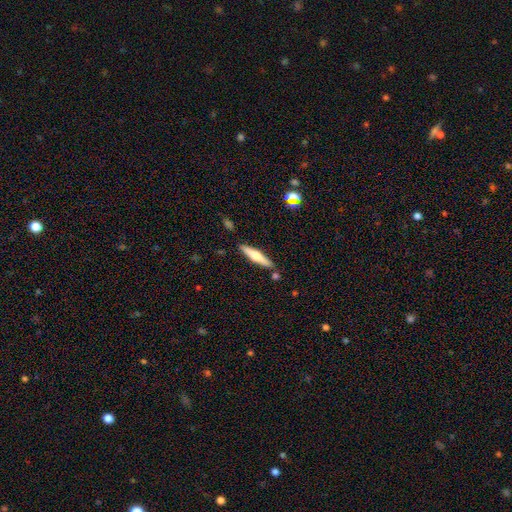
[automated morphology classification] Smooth or featured?
  - featured or disk: 48% *
  - smooth: 47%
  - star or artifact: 6%
Merging?
  - none: 86% *
  - minor disturbance: 9%
  - merger: 3%
  - major disturbance: 2%